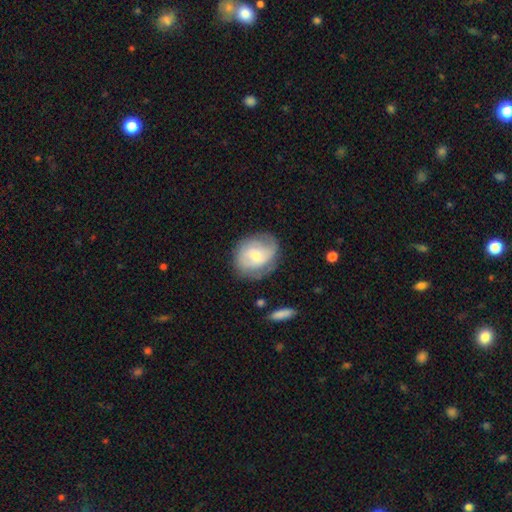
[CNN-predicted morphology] Smooth or featured? featured or disk (50%)
Merging? none (62%)